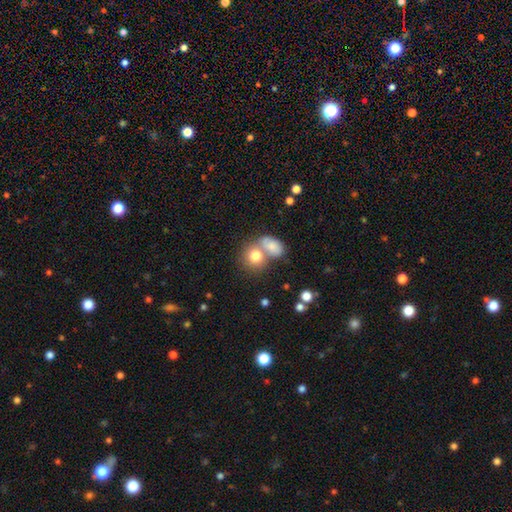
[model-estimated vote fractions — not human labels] Smooth or featured: smooth — 79% (featured or disk — 12%)
How rounded: round — 69% (in between — 30%)
Merging: merger — 47% (none — 39%)